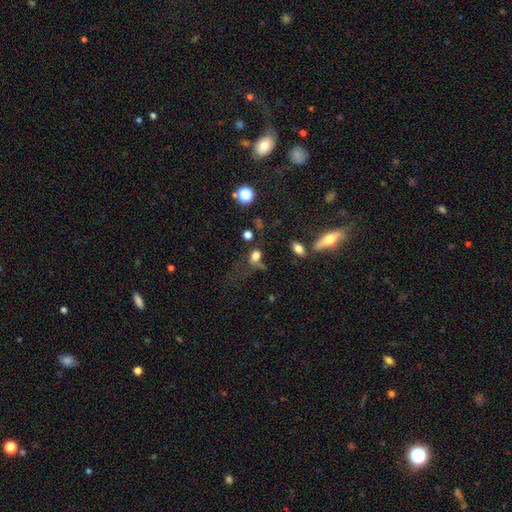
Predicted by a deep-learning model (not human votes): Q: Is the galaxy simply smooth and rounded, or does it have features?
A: smooth — 73%.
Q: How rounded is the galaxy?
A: in between — 61%.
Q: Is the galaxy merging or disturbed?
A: none — 40%.